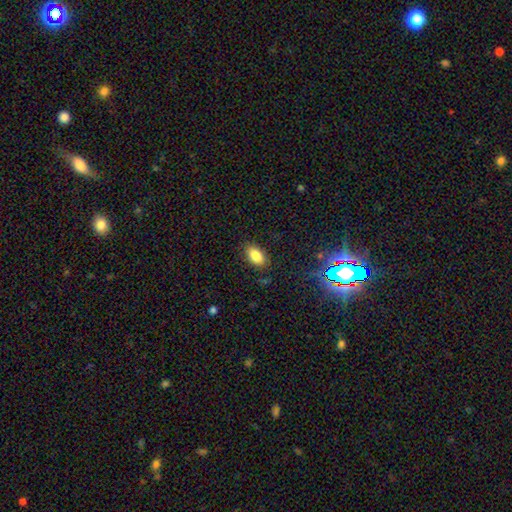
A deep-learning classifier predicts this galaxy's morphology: A smooth galaxy with no disk features (84%) that is in between round and cigar-shaped (92%).

Vote fractions:
- Smooth or featured? smooth: 84% / star or artifact: 10% / featured or disk: 6%
- How rounded? in between: 92% / round: 5% / cigar-shaped: 3%
- Merging? none: 85% / minor disturbance: 11% / major disturbance: 3% / merger: 1%